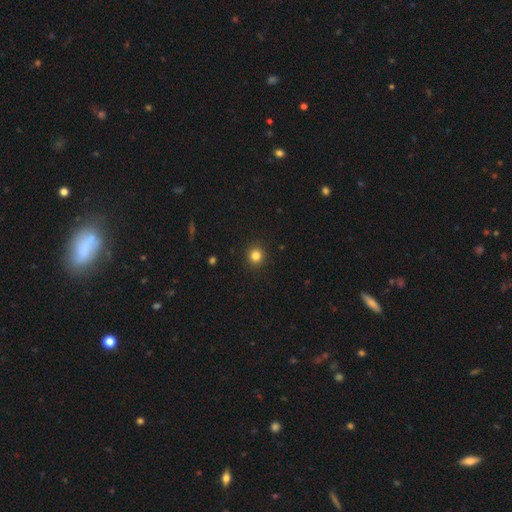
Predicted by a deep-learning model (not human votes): This is clearly a smooth galaxy (83%). How rounded: clearly round (92%). Merging: clearly none (92%).